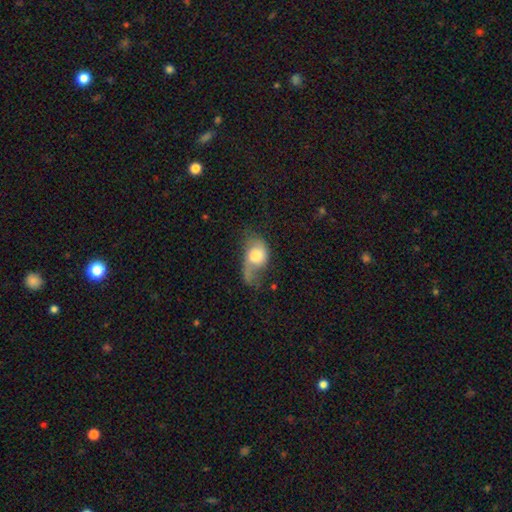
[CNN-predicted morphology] smooth 54%, featured or disk 38%, star or artifact 8%. Down the decision tree: how rounded — in between (73%); merging — major disturbance (41%).